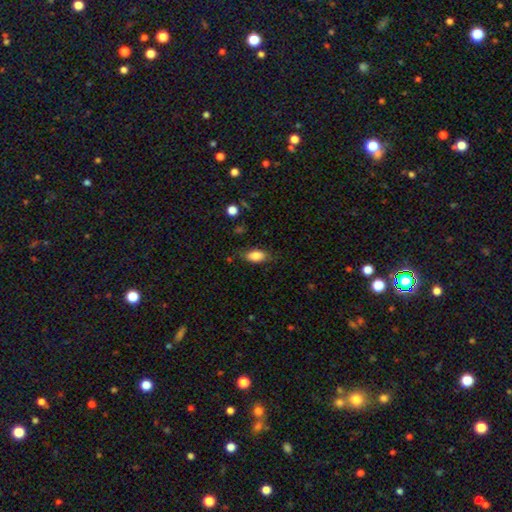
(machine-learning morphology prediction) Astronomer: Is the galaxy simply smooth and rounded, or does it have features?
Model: smooth — 82%.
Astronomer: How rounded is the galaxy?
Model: in between — 88%.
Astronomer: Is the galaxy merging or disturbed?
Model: none — 74%.